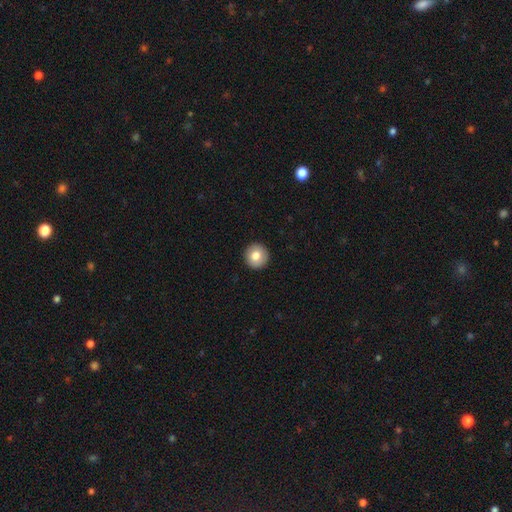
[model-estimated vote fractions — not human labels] A smooth galaxy with no disk features (81%) that is round (95%).

Vote fractions:
- Smooth or featured? smooth: 81% / featured or disk: 11% / star or artifact: 8%
- How rounded? round: 95% / in between: 4% / cigar-shaped: 1%
- Merging? none: 93% / minor disturbance: 5% / major disturbance: 1% / merger: 1%